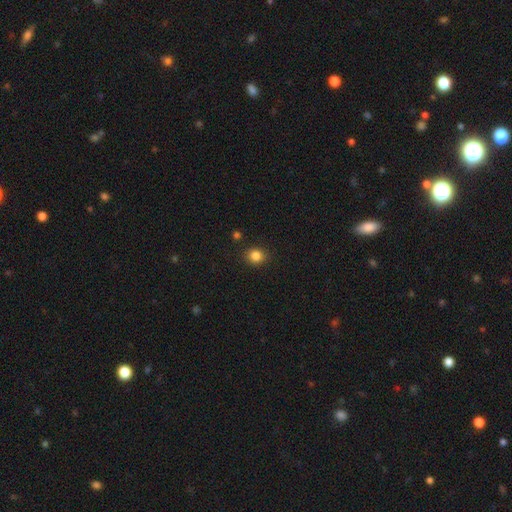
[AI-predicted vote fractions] Smooth or featured? smooth (84%)
How rounded? round (77%)
Merging? none (88%)